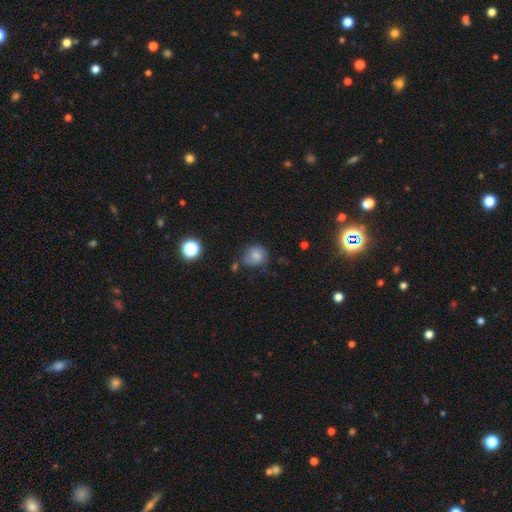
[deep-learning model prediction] A smooth galaxy with no disk features (71%) that is round (71%).

Vote fractions:
- Smooth or featured? smooth: 71% / featured or disk: 16% / star or artifact: 13%
- How rounded? round: 71% / in between: 29% / cigar-shaped: 1%
- Merging? none: 56% / minor disturbance: 29% / major disturbance: 10% / merger: 5%